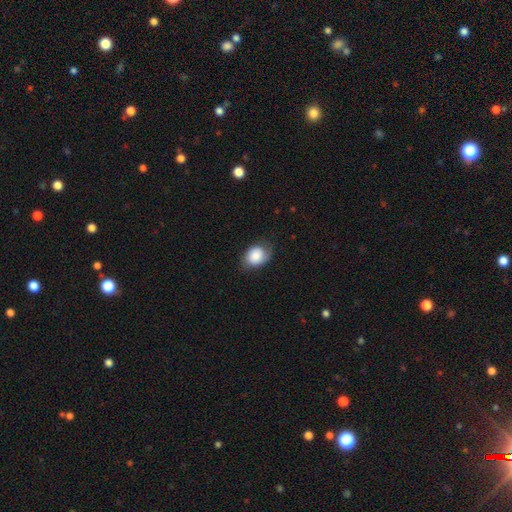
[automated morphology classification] Smooth or featured?
  - smooth: 76% *
  - featured or disk: 16%
  - star or artifact: 8%
How rounded?
  - in between: 61% *
  - round: 38%
  - cigar-shaped: 1%
Merging?
  - none: 64% *
  - minor disturbance: 27%
  - major disturbance: 8%
  - merger: 1%